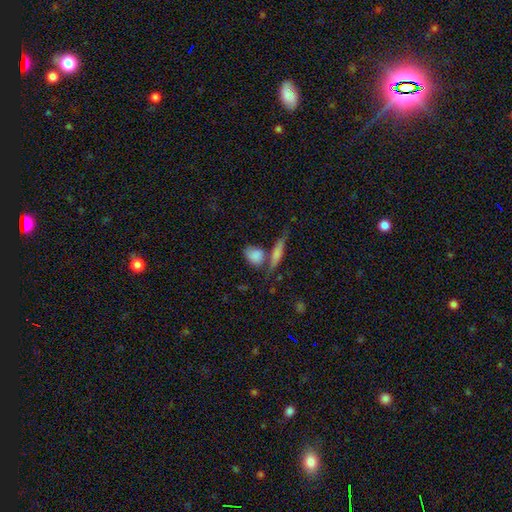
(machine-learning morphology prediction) type=smooth (80%); roundness=in between (57%); merging=none (50%).